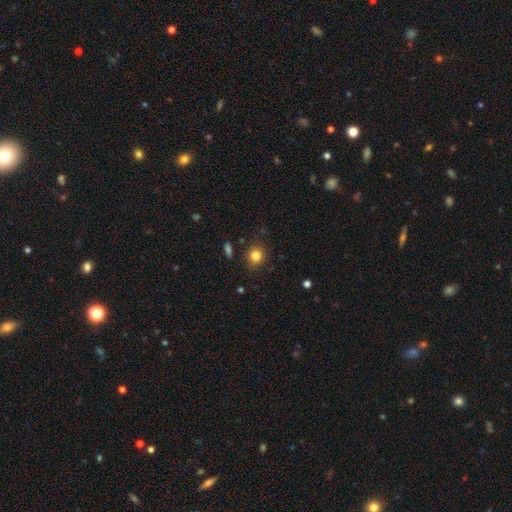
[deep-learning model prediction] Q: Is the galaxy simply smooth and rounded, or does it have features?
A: smooth — 83%.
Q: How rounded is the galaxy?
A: round — 82%.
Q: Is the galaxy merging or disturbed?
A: none — 83%.